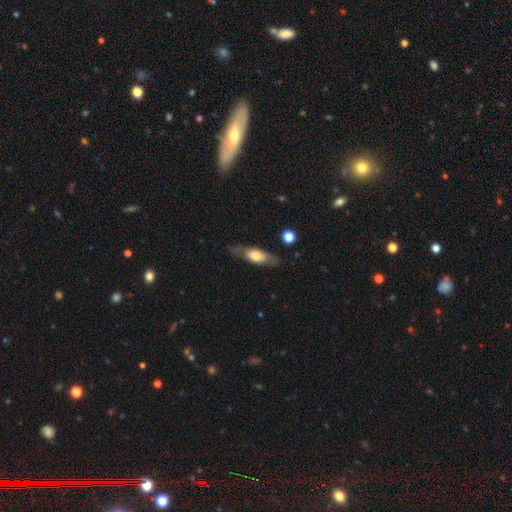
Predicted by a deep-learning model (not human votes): The model was most divided on "smooth or featured": smooth: 50%, featured or disk: 44%, star or artifact: 6%. More confident: merging — none (78%); how rounded — in between (53%).